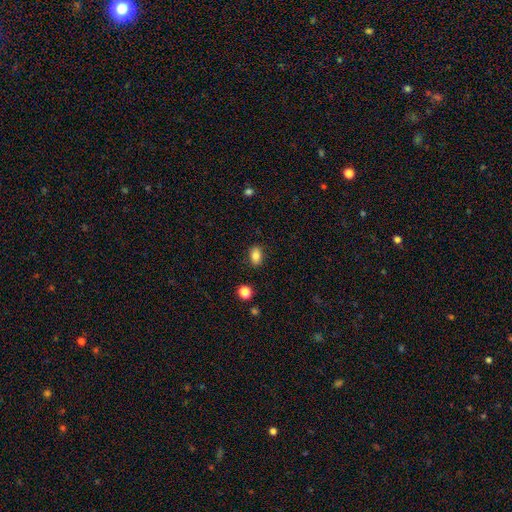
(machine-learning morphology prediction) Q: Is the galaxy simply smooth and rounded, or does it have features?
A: smooth — 83%.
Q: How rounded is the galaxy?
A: in between — 83%.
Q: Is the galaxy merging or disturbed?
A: none — 86%.